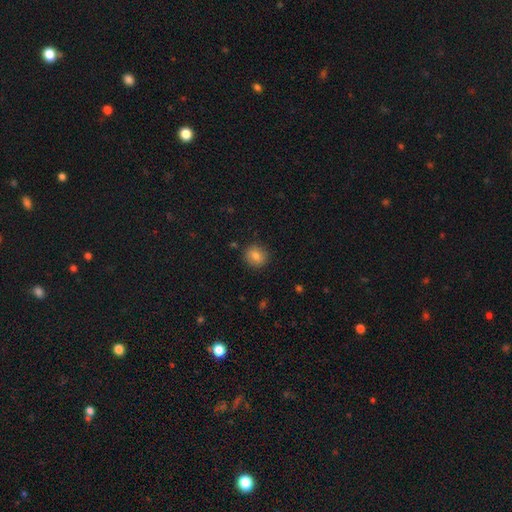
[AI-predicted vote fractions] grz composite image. It shows a smooth galaxy with no disk features (81%) that is round (85%). Merging: none (88%).